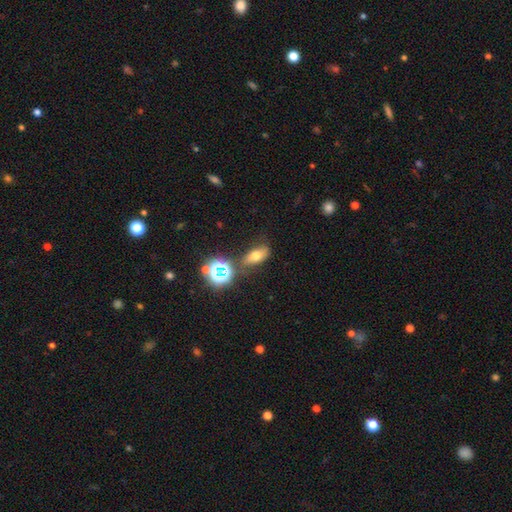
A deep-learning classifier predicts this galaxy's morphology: A smooth galaxy with no disk features (59%) that is in between round and cigar-shaped (71%).

Vote fractions:
- Smooth or featured? smooth: 59% / featured or disk: 21% / star or artifact: 20%
- How rounded? in between: 71% / round: 15% / cigar-shaped: 14%
- Merging? none: 73% / minor disturbance: 15% / merger: 7% / major disturbance: 5%